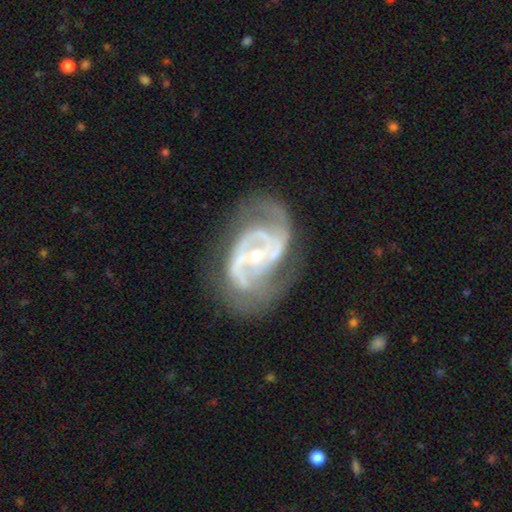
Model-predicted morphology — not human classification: featured or disk 90%, star or artifact 5%, smooth 5%. Down the decision tree: edge-on disk — no (97%); bar — no (37%); spiral arms — yes (95%); spiral arm count — 2 (59%); spiral winding — medium (49%); bulge size — small (60%); merging — none (55%).